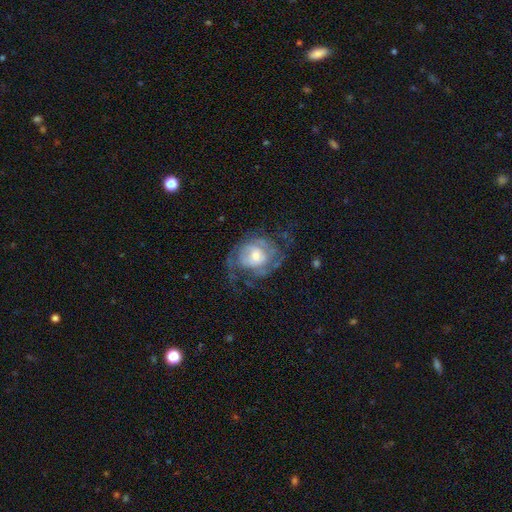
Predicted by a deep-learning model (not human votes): This appears to be a featured or disk galaxy (76%) with no bar (67%), 2 (36%) tight (41%) spiral arms (86%) and a moderate central bulge (45%). Merging: none (54%).